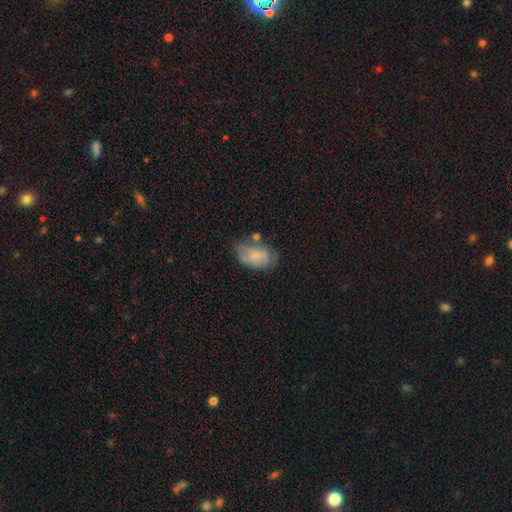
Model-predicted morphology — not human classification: The model was most divided on "merging": none: 49%, minor disturbance: 30%, major disturbance: 12%, merger: 8%. More confident: how rounded — in between (90%); smooth or featured — smooth (65%).